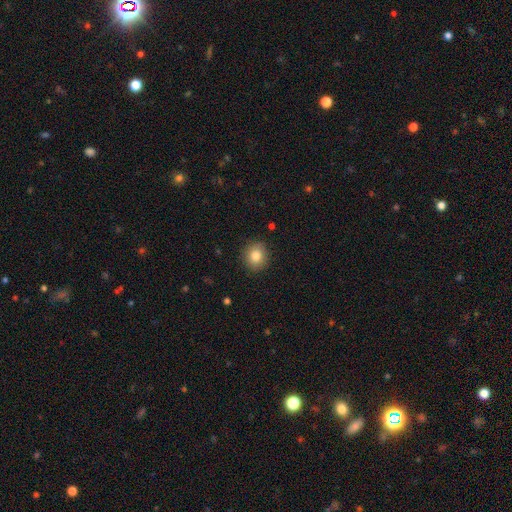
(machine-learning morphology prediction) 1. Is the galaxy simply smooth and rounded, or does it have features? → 84% smooth, 10% star or artifact, 7% featured or disk.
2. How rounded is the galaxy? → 81% round, 18% in between, 1% cigar-shaped.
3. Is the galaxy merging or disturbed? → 88% none, 9% minor disturbance, 2% major disturbance, 1% merger.